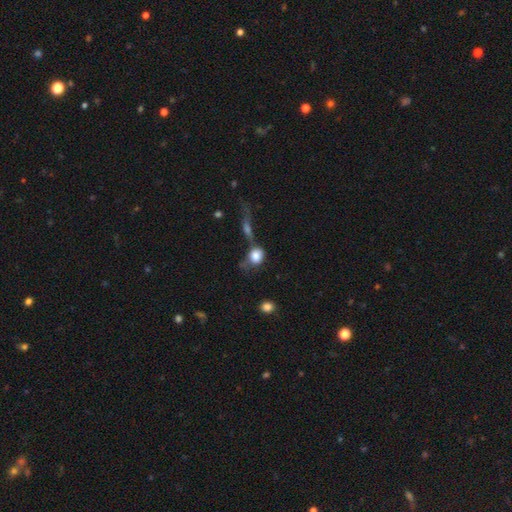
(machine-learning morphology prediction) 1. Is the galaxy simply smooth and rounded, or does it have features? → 79% smooth, 12% featured or disk, 9% star or artifact.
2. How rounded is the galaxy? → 58% round, 39% in between, 3% cigar-shaped.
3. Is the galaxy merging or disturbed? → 33% merger, 28% none, 22% major disturbance, 17% minor disturbance.